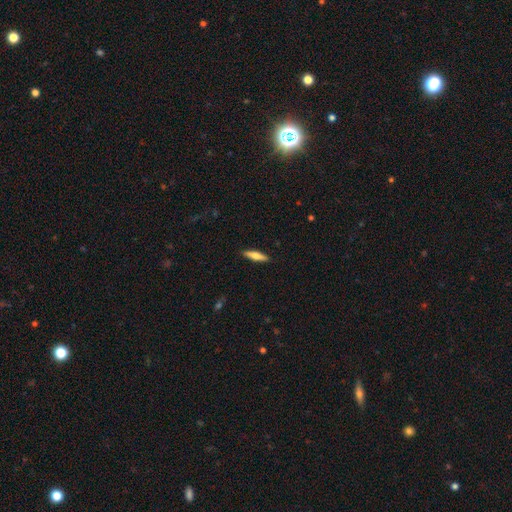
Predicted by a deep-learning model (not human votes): This appears to be a smooth galaxy with no disk features (60%) that is cigar-shaped (74%). Merging: none (90%).